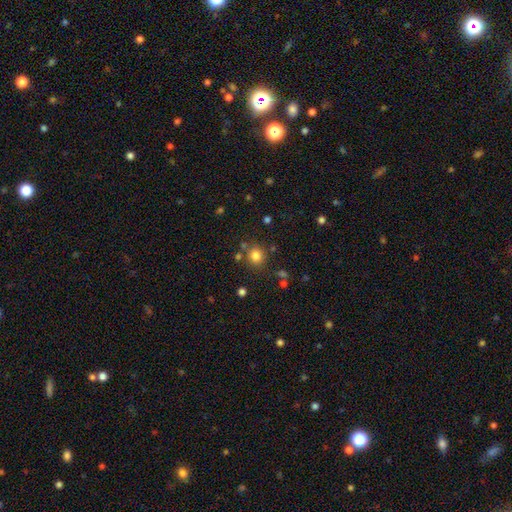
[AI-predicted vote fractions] This is likely a smooth galaxy (80%). How rounded: clearly round (90%). Merging: likely none (79%).